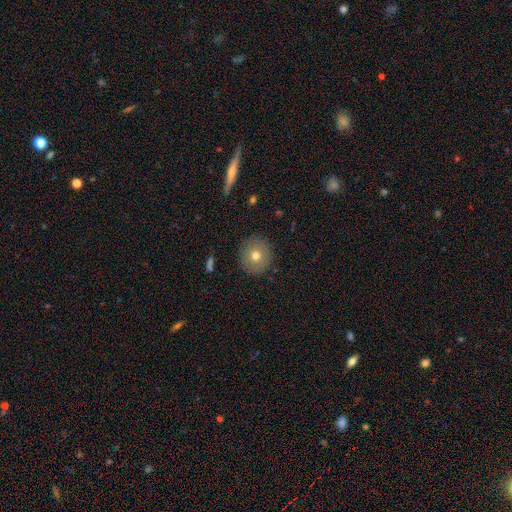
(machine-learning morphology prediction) Smooth or featured? Predicted: smooth (p=0.71). How rounded? Predicted: round (p=0.92). Merging? Predicted: none (p=0.90).